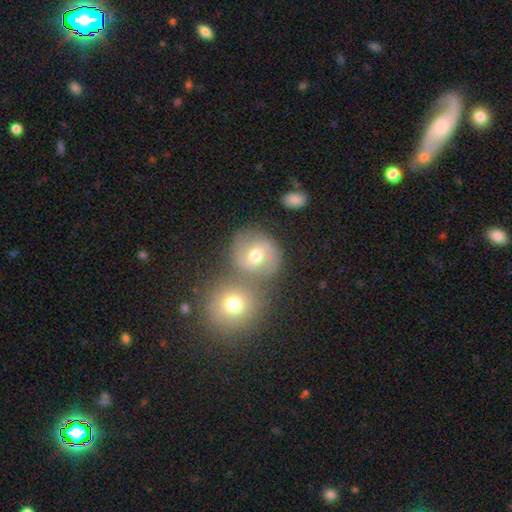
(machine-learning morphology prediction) This appears to be a featured or disk galaxy (59%) with no bar (55%), 2 (86%) medium (56%) spiral arms (89%) and a moderate central bulge (68%). Merging: none (56%).